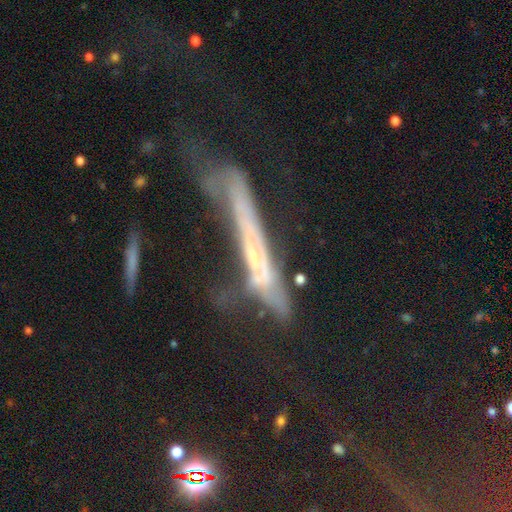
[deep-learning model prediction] Smooth or featured? Predicted: featured or disk (p=0.45). Merging? Predicted: none (p=0.34, tied with major disturbance).